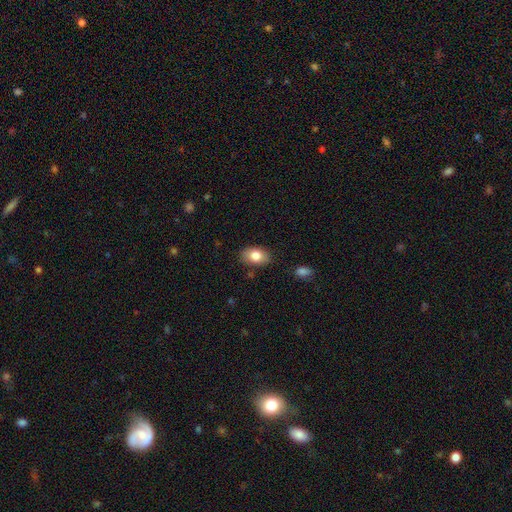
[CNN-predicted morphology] Smooth or featured? smooth (82%)
How rounded? in between (88%)
Merging? none (82%)